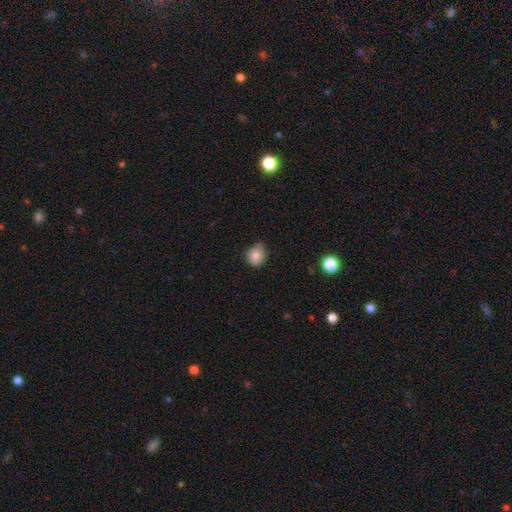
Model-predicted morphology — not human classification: smooth_or_featured: smooth (p=0.81) [alt: star or artifact p=0.10]
how_rounded: round (p=0.74) [alt: in between p=0.25]
merging: none (p=0.63) [alt: minor disturbance p=0.30]